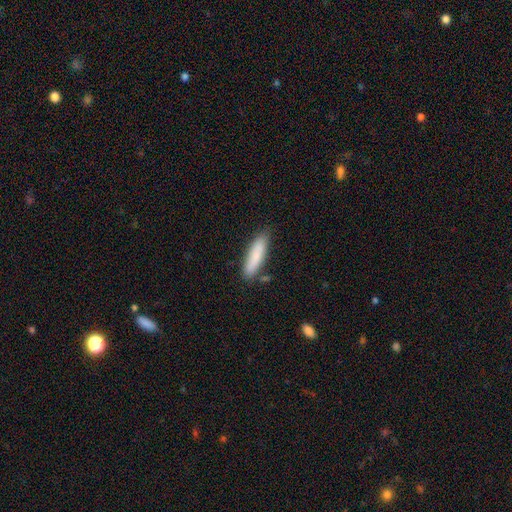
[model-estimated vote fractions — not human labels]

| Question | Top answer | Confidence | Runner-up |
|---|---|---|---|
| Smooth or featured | smooth | 83% | featured or disk (11%) |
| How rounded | cigar-shaped | 70% | in between (28%) |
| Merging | none | 79% | minor disturbance (14%) |